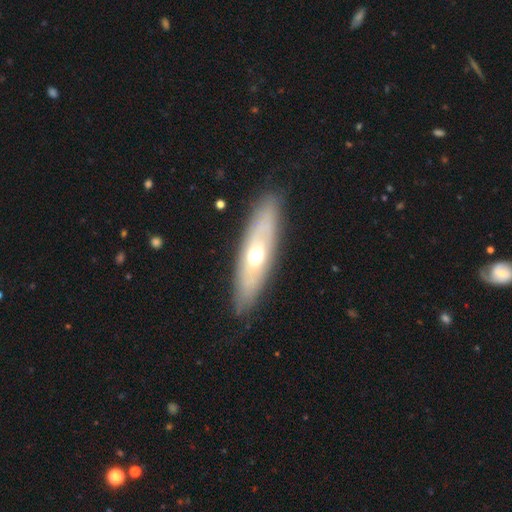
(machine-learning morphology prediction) Smooth or featured? Predicted: featured or disk (p=0.52). Edge-on disk? Predicted: yes (p=0.50, tied with no). Merging? Predicted: none (p=0.86).